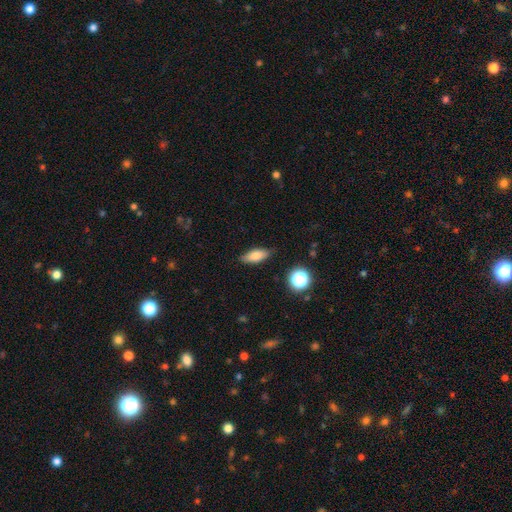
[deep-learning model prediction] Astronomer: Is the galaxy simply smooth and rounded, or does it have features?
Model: smooth — 75%.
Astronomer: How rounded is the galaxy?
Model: in between — 73%.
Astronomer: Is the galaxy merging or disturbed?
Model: none — 83%.